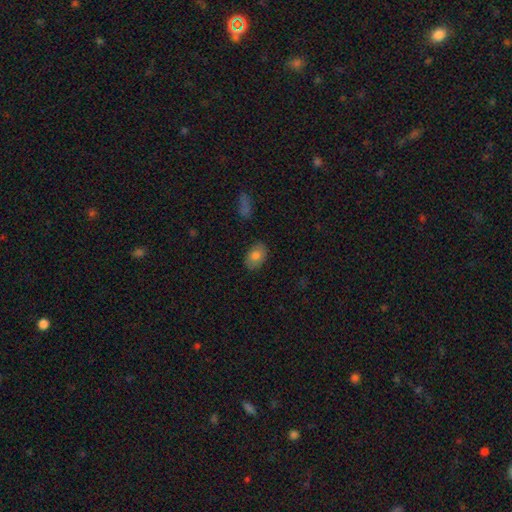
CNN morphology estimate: The model was most divided on "smooth or featured": smooth: 81%, featured or disk: 12%, star or artifact: 7%. More confident: how rounded — in between (85%); merging — none (85%).